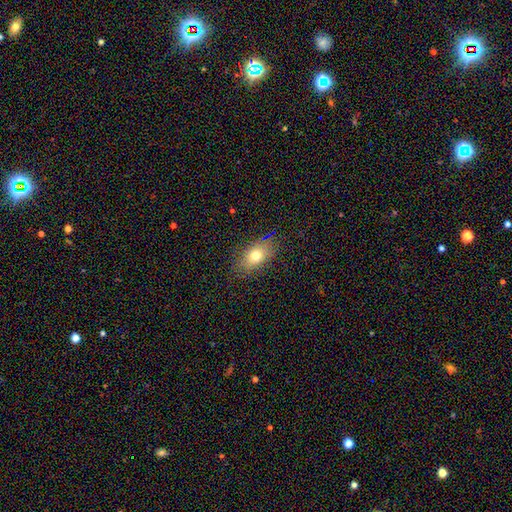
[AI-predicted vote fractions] A smooth galaxy with no disk features (74%) that is in between round and cigar-shaped (80%). Merging: none (83%).